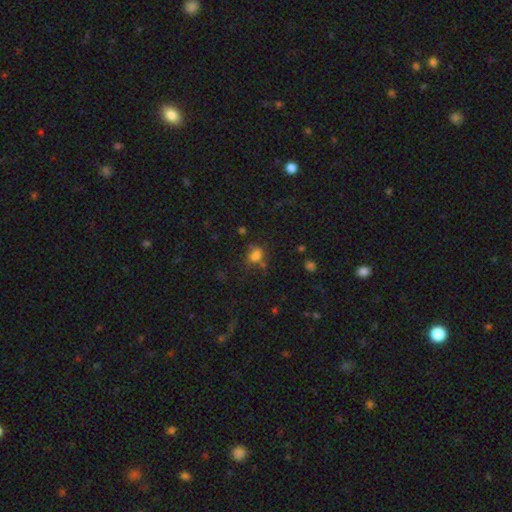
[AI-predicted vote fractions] This is likely a smooth galaxy (73%). How rounded: possibly in between (53%). Merging: possibly none (49%).